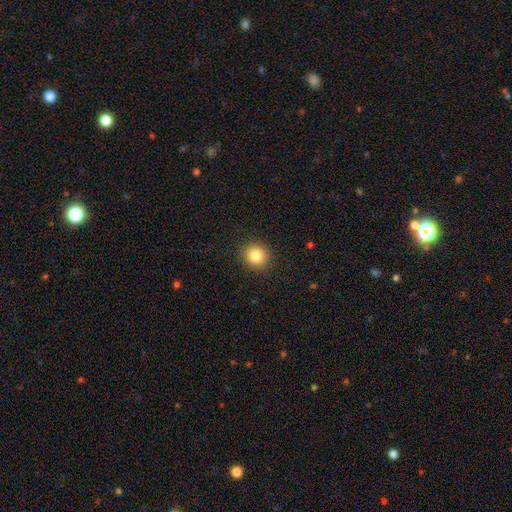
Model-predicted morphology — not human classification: Smooth or featured: smooth — 83% (star or artifact — 11%)
How rounded: round — 87% (in between — 12%)
Merging: none — 91% (minor disturbance — 6%)